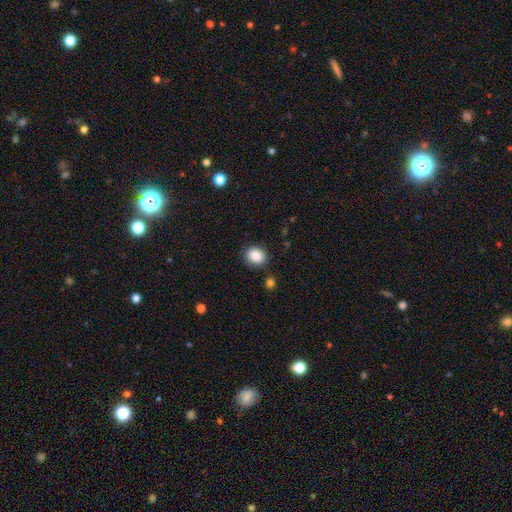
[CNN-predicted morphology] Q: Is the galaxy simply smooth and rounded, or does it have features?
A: smooth — 87%.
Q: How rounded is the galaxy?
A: round — 63%.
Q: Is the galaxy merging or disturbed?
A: none — 85%.